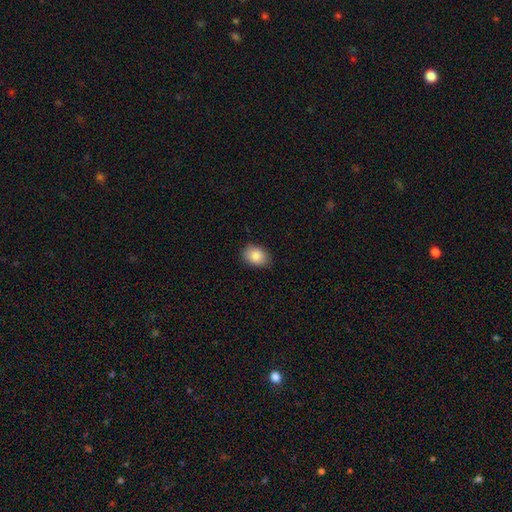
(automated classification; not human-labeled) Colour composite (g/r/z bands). It shows a smooth galaxy with no disk features (87%) that is in between round and cigar-shaped (80%). Merging: none (85%).